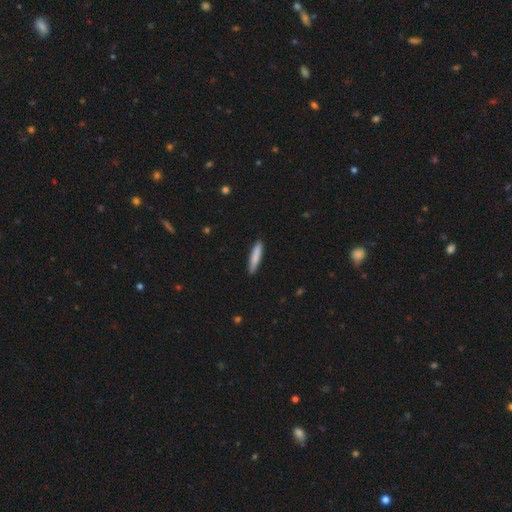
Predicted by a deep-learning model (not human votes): Smooth or featured? smooth (82%)
How rounded? cigar-shaped (88%)
Merging? none (89%)